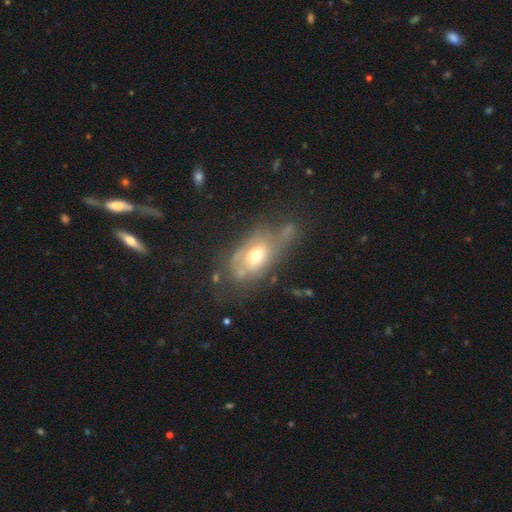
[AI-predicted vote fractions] This appears to be a featured or disk galaxy (47%). Merging: none (34%).